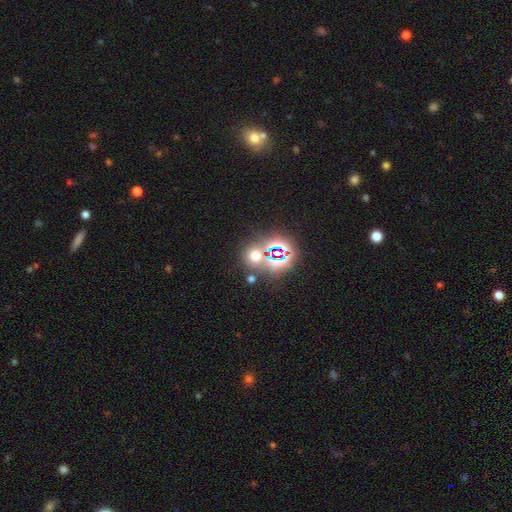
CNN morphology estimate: A smooth galaxy with no disk features (47%). Merging: none (69%).